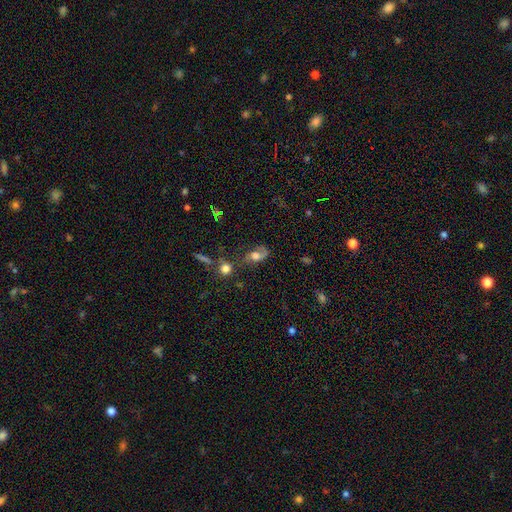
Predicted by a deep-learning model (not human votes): smooth-or-featured: featured or disk: 49% | smooth: 39% | star or artifact: 12%
  merging: none: 38% | major disturbance: 26% | minor disturbance: 22% | merger: 14%